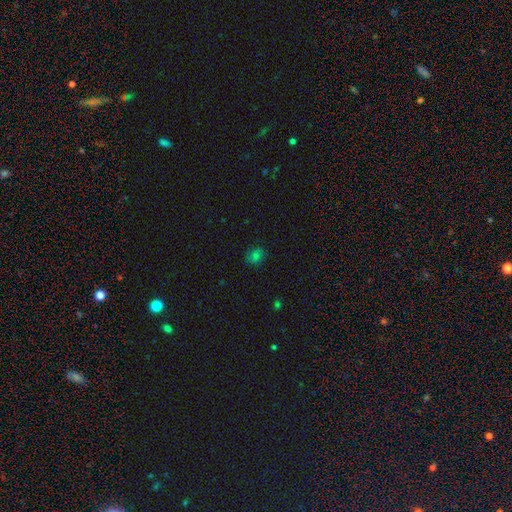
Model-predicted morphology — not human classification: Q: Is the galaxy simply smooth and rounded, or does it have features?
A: smooth — 75%.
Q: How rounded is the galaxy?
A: round — 51%.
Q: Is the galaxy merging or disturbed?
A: none — 79%.